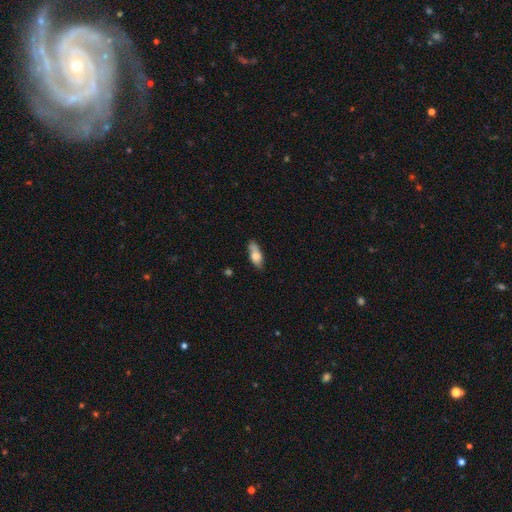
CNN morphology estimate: This is likely a smooth galaxy (73%). How rounded: likely in between (70%). Merging: likely none (69%).